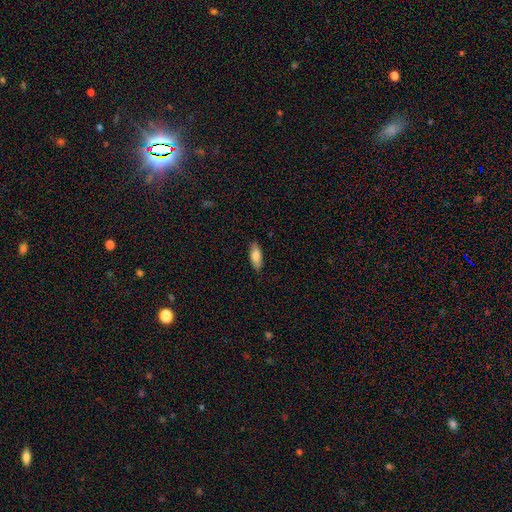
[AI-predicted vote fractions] smooth_or_featured: smooth (p=0.80) [alt: featured or disk p=0.13]
how_rounded: in between (p=0.73) [alt: cigar-shaped p=0.25]
merging: none (p=0.86) [alt: minor disturbance p=0.11]